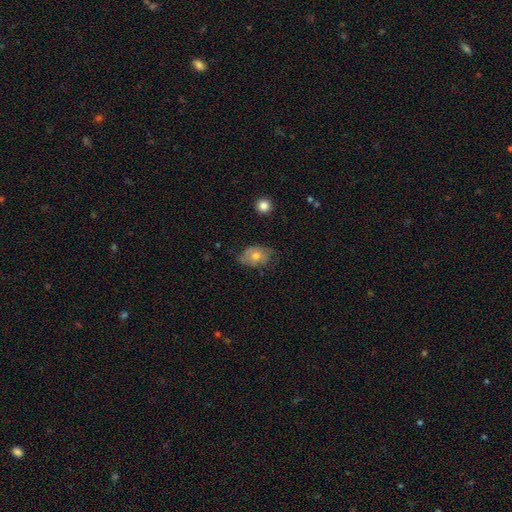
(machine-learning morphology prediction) This is possibly a smooth galaxy (53%). How rounded: likely in between (77%). Merging: likely none (64%).